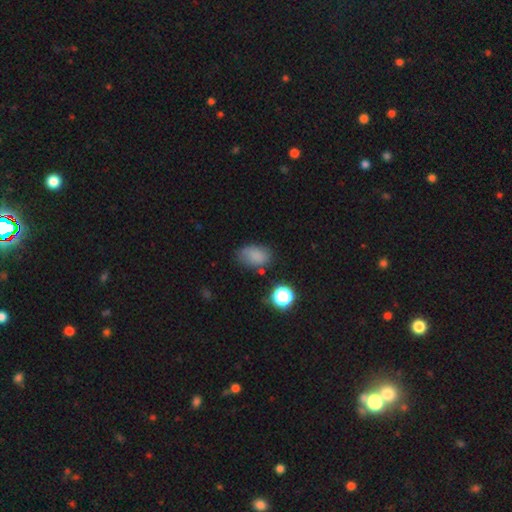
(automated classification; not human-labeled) Smooth or featured: smooth — 78% (star or artifact — 13%)
How rounded: in between — 83% (round — 16%)
Merging: none — 62% (minor disturbance — 25%)